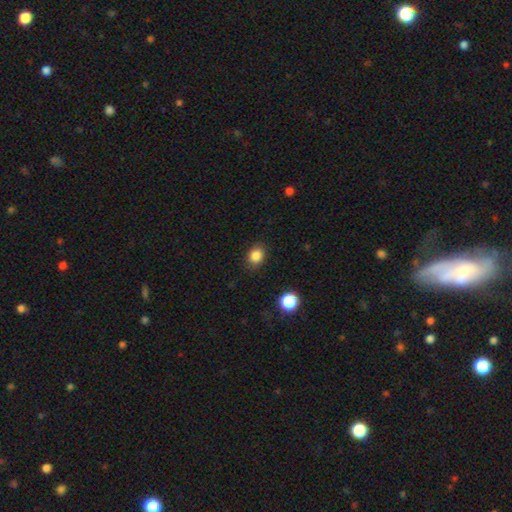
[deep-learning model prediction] Q: Smooth or featured?
A: smooth (85%); runner-up: star or artifact (11%)
Q: How rounded?
A: round (54%); runner-up: in between (45%)
Q: Merging?
A: none (86%); runner-up: minor disturbance (10%)